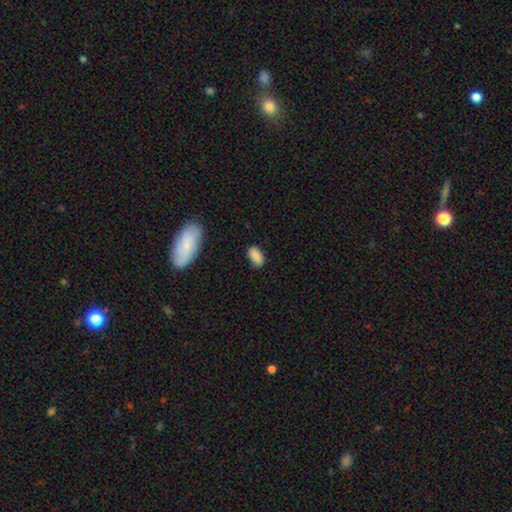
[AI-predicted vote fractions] A smooth galaxy with no disk features (87%) that is in between round and cigar-shaped (93%).

Vote fractions:
- Smooth or featured? smooth: 87% / star or artifact: 8% / featured or disk: 5%
- How rounded? in between: 93% / round: 4% / cigar-shaped: 3%
- Merging? none: 75% / minor disturbance: 20% / major disturbance: 4% / merger: 2%